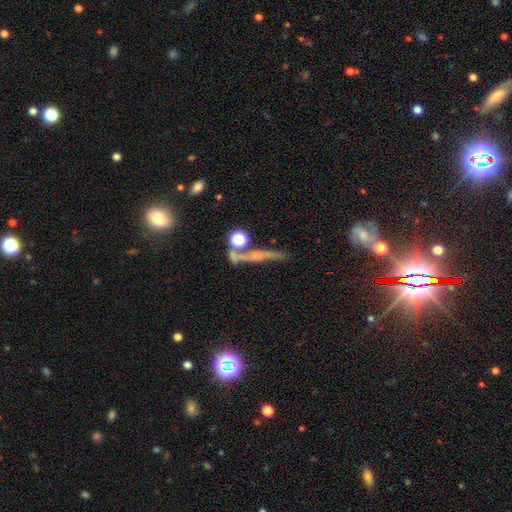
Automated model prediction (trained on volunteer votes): featured or disk 58%, smooth 25%, star or artifact 17%. Down the decision tree: edge-on disk — yes (81%); merging — none (62%).